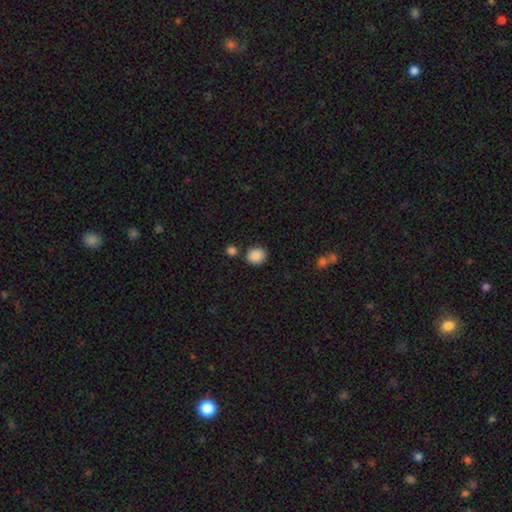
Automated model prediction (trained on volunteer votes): Q: Smooth or featured?
A: smooth (88%); runner-up: star or artifact (9%)
Q: How rounded?
A: round (78%); runner-up: in between (21%)
Q: Merging?
A: none (82%); runner-up: minor disturbance (9%)